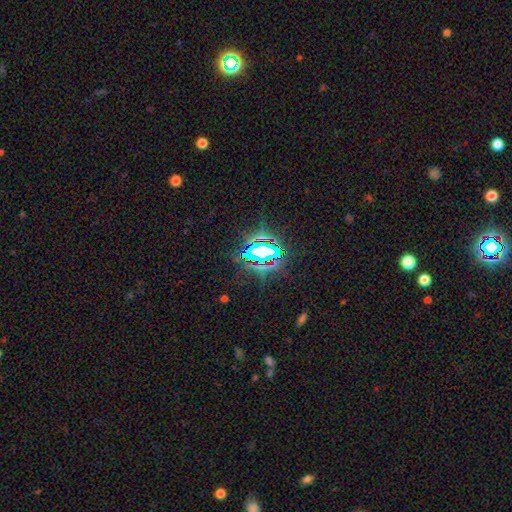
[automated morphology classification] smooth-or-featured: star or artifact: 78% | smooth: 14% | featured or disk: 8%